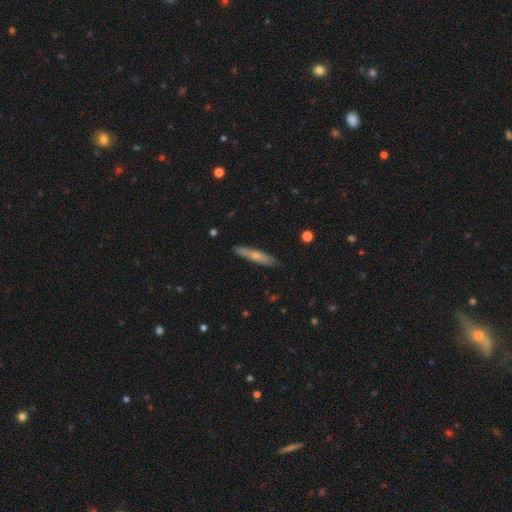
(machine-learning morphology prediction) A smooth galaxy with no disk features (53%) that is cigar-shaped (89%). Merging: none (87%).